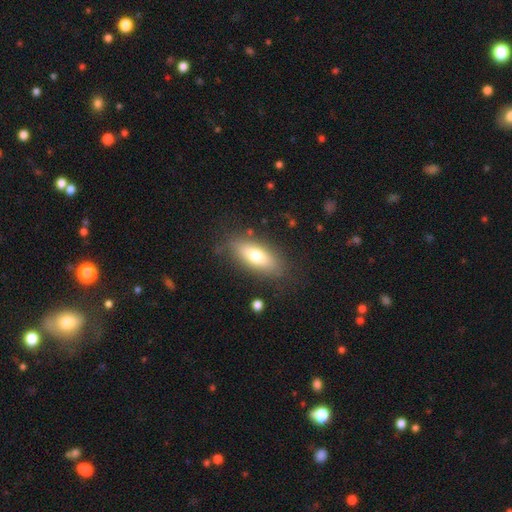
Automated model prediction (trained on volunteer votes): smooth 71%, featured or disk 22%, star or artifact 7%. Down the decision tree: how rounded — in between (72%); merging — none (81%).